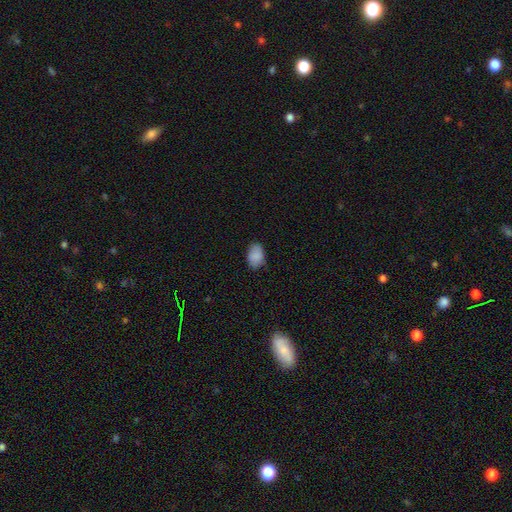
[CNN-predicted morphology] Overall: smooth (87%). How rounded: in between (84%). Merging: none (79%).